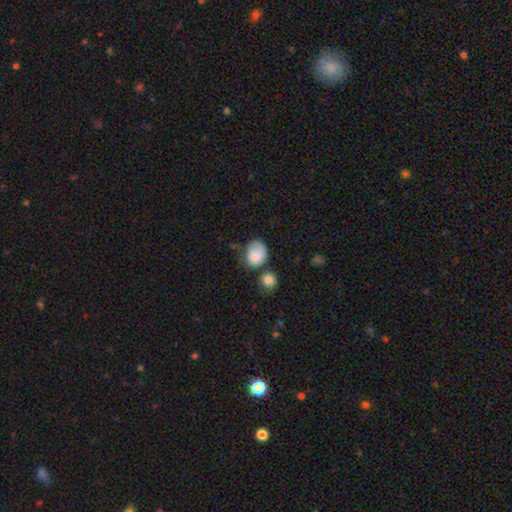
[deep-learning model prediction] smooth_or_featured: smooth (p=0.82) [alt: featured or disk p=0.10]
how_rounded: in between (p=0.56) [alt: round p=0.43]
merging: none (p=0.41) [alt: minor disturbance p=0.31]